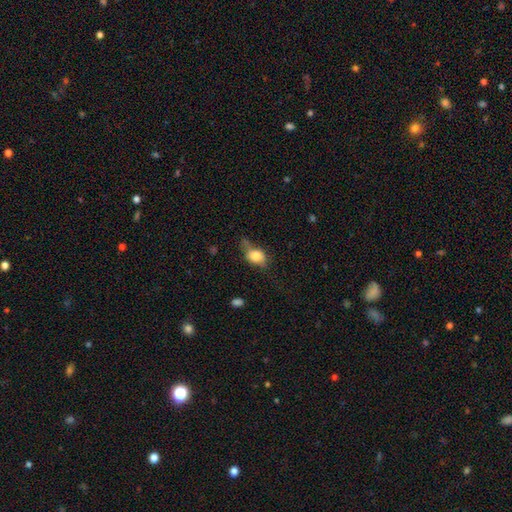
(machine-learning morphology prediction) Overall: smooth (77%). How rounded: in between (65%; round 32%). Merging: none (46%; minor disturbance 33%).